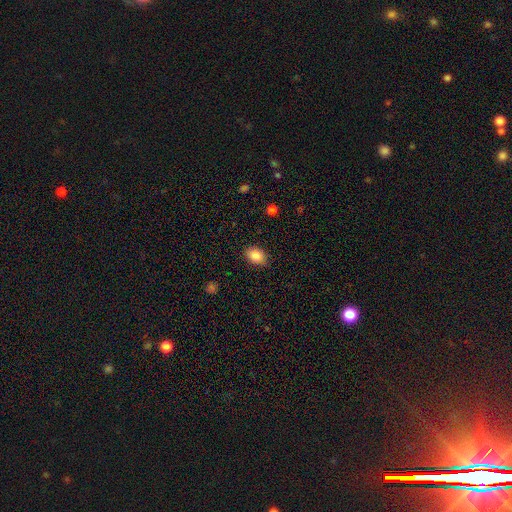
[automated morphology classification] Smooth or featured? Predicted: smooth (p=0.85). How rounded? Predicted: in between (p=0.80). Merging? Predicted: none (p=0.88).